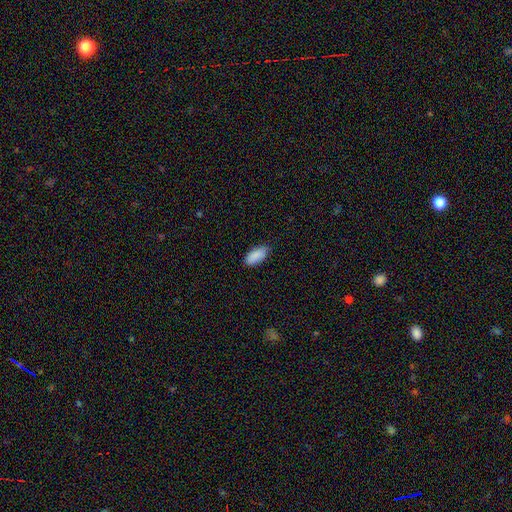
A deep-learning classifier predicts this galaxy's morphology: smooth 88%, star or artifact 7%, featured or disk 5%. Down the decision tree: how rounded — in between (89%); merging — none (74%).